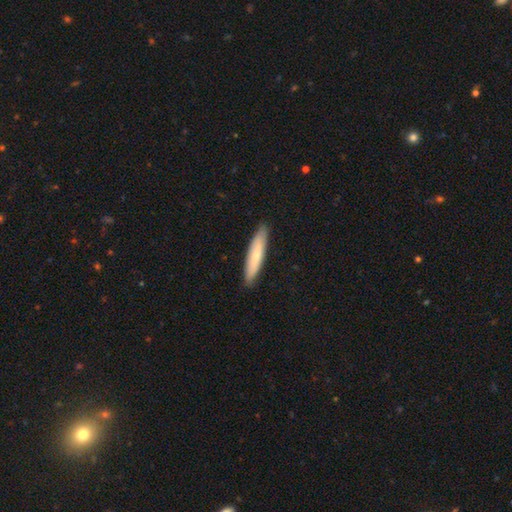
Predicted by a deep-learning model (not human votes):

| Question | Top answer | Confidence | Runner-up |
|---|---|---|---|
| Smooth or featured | smooth | 70% | featured or disk (25%) |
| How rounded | cigar-shaped | 87% | in between (12%) |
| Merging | none | 90% | minor disturbance (8%) |